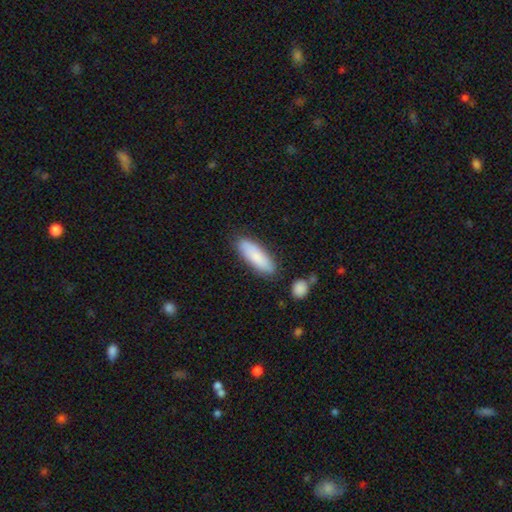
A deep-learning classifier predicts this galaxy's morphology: type=smooth (83%); roundness=in between (51%); merging=none (83%).